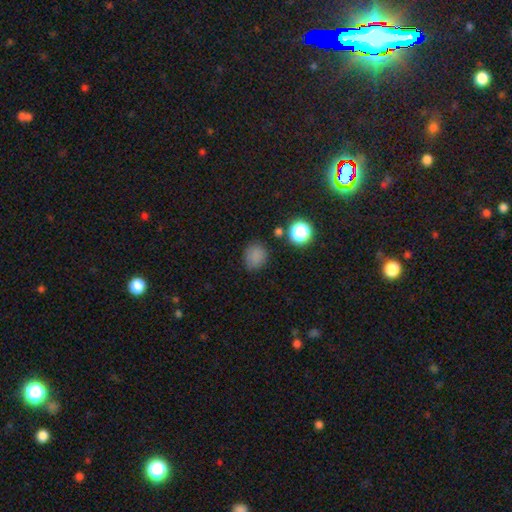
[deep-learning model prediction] Q: Smooth or featured?
A: smooth (80%); runner-up: star or artifact (15%)
Q: How rounded?
A: round (80%); runner-up: in between (19%)
Q: Merging?
A: none (78%); runner-up: minor disturbance (14%)